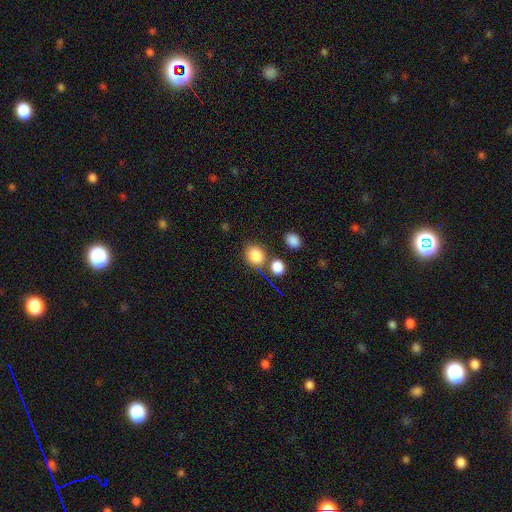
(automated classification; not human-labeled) Morphology: type=smooth (84%); roundness=round (69%); merging=none (69%).